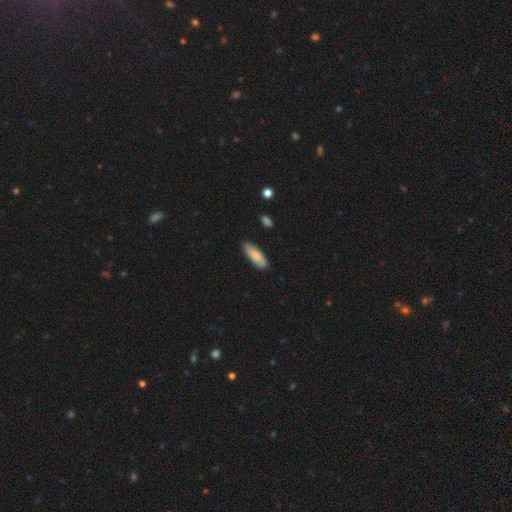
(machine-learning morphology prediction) A smooth galaxy with no disk features (83%) that is in between round and cigar-shaped (62%).

Vote fractions:
- Smooth or featured? smooth: 83% / featured or disk: 12% / star or artifact: 6%
- How rounded? in between: 62% / cigar-shaped: 36% / round: 2%
- Merging? none: 82% / minor disturbance: 14% / major disturbance: 2% / merger: 2%